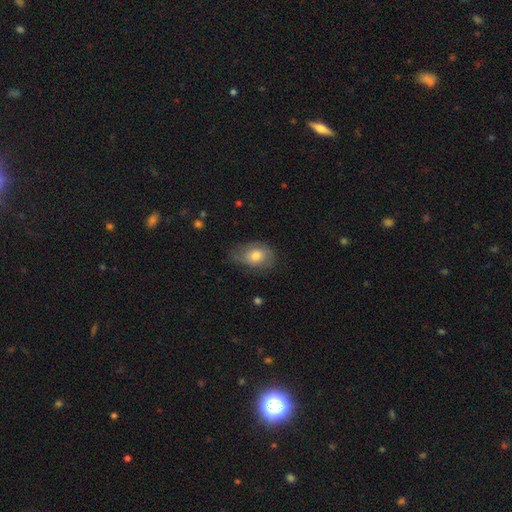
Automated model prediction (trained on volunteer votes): Morphology: type=smooth (58%); roundness=in between (70%); merging=none (56%).